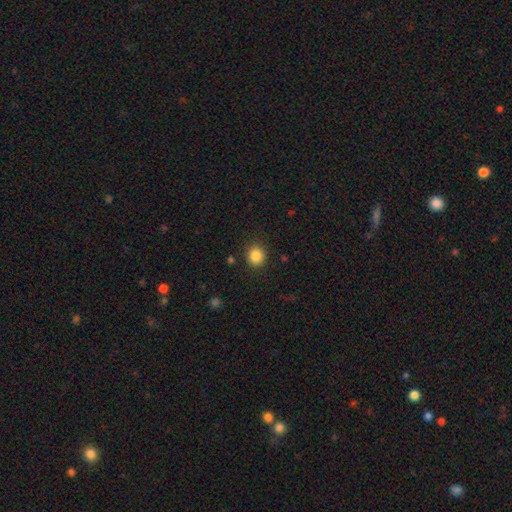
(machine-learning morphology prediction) Smooth or featured: smooth — 86% (star or artifact — 10%)
How rounded: round — 82% (in between — 17%)
Merging: none — 89% (minor disturbance — 7%)